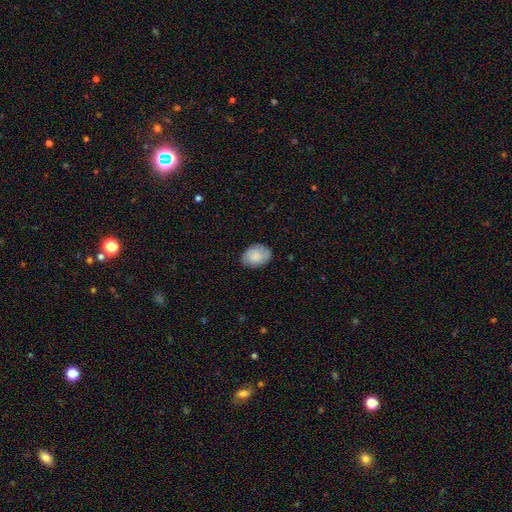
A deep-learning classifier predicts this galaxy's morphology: This appears to be a smooth galaxy with no disk features (79%) that is in between round and cigar-shaped (74%). Merging: none (79%).